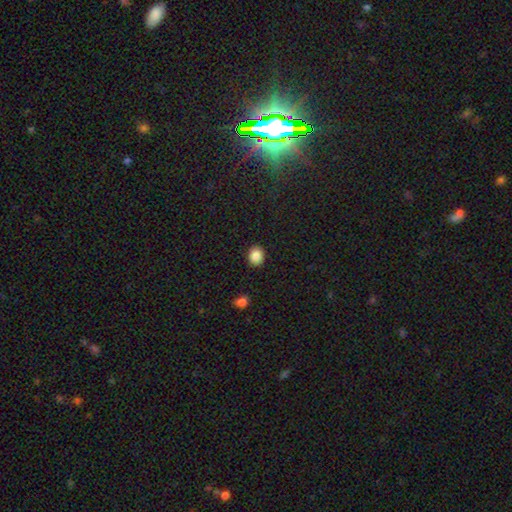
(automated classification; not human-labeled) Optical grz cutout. It shows a smooth galaxy with no disk features (87%) that is round (63%). Merging: none (90%).